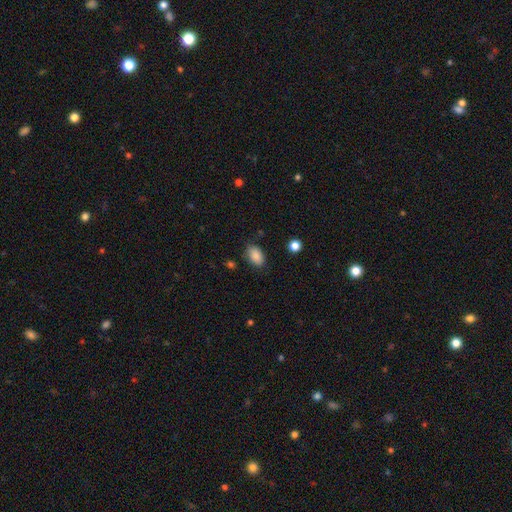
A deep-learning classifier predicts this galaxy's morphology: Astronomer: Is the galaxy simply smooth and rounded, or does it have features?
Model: smooth — 88%.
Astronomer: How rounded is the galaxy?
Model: in between — 90%.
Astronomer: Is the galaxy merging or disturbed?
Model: none — 81%.